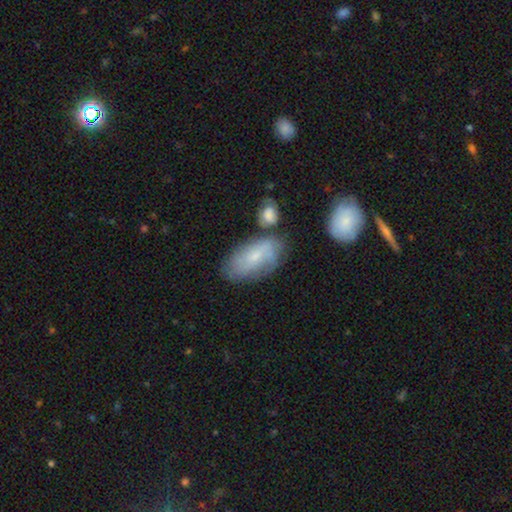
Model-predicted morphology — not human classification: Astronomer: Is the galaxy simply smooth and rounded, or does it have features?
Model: smooth — 51% (runner-up: featured or disk, 42%).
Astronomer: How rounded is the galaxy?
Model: in between — 90%.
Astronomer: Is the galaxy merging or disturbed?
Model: none — 59%.